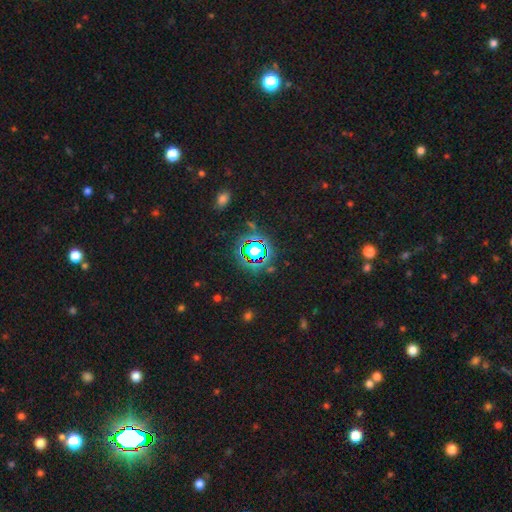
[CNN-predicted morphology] The model was most divided on "smooth or featured": star or artifact: 70%, smooth: 21%, featured or disk: 9%.